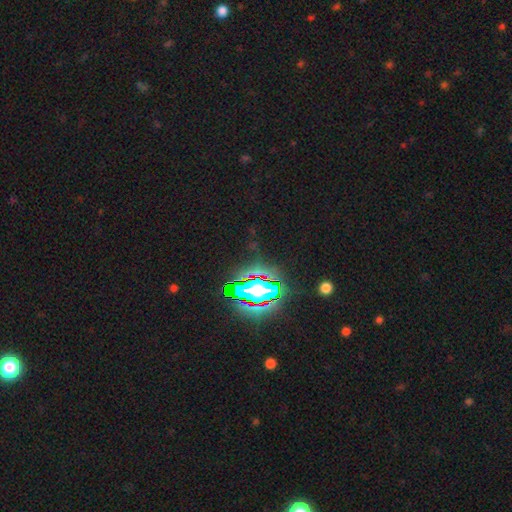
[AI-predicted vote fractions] Q: Smooth or featured?
A: star or artifact (81%); runner-up: smooth (10%)